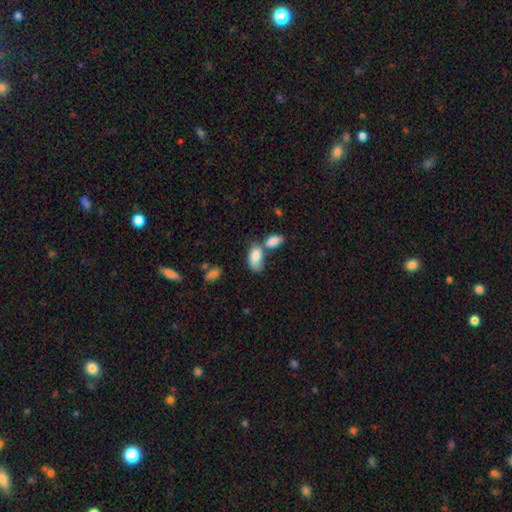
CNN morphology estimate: The model was most divided on "merging": merger: 45%, none: 32%, minor disturbance: 15%, major disturbance: 7%. More confident: how rounded — in between (93%); smooth or featured — smooth (83%).